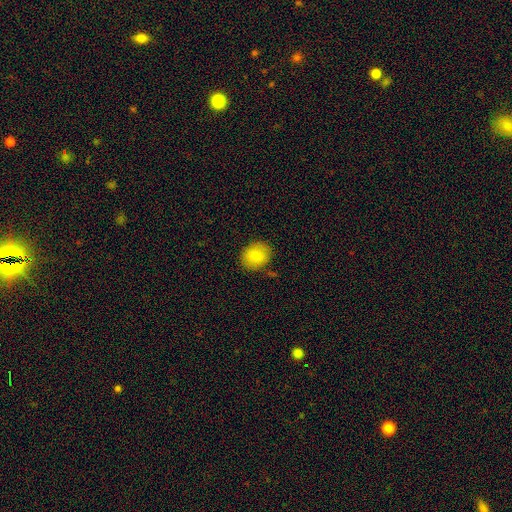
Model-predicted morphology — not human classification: smooth_or_featured: smooth (p=0.79) [alt: featured or disk p=0.12]
how_rounded: round (p=0.68) [alt: in between p=0.31]
merging: none (p=0.85) [alt: minor disturbance p=0.10]